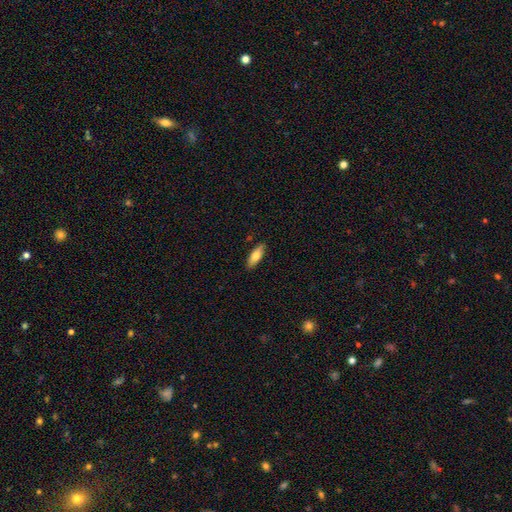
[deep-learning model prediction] Morphology: type=smooth (72%); roundness=in between (62%); merging=none (87%).